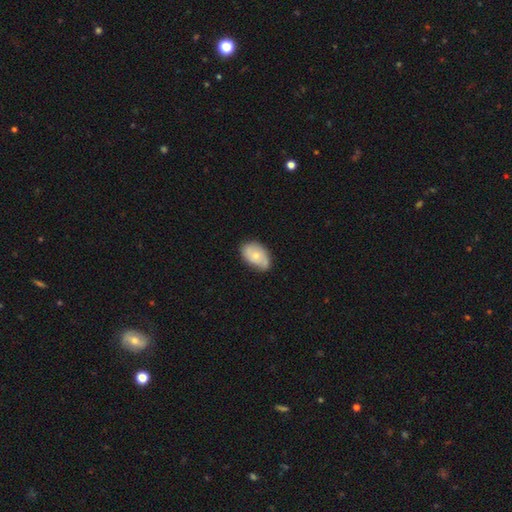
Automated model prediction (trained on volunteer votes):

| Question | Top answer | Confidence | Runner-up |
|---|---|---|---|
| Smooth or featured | smooth | 53% | featured or disk (41%) |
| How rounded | in between | 86% | round (13%) |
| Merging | none | 62% | minor disturbance (30%) |